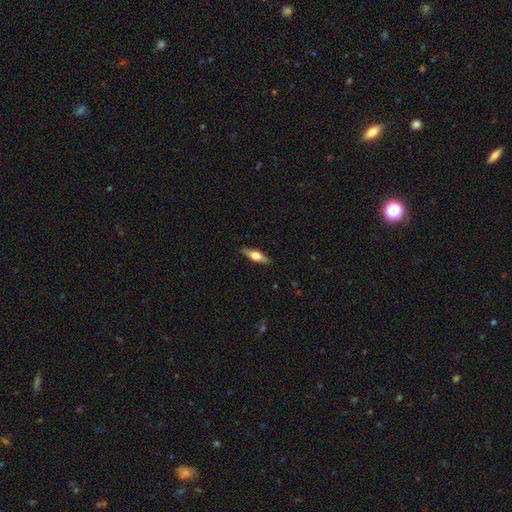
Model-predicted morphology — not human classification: This is possibly a featured or disk galaxy (49%). Merging: clearly none (88%).